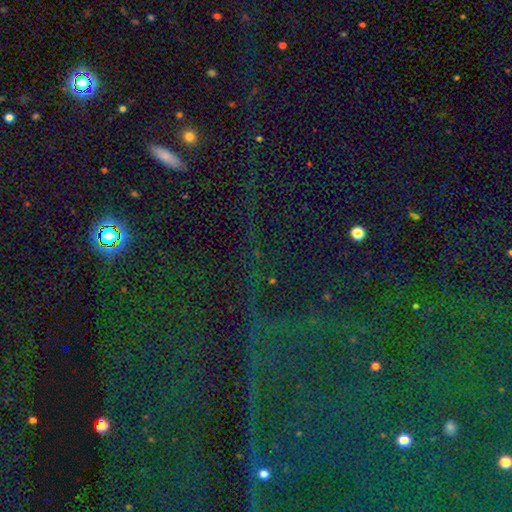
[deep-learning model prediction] A star or artifact, not a galaxy (80%).